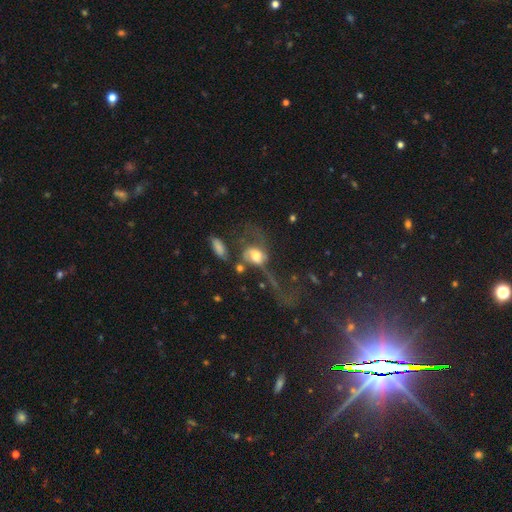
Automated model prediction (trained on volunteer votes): A featured or disk galaxy (52%).

Vote fractions:
- Smooth or featured? featured or disk: 52% / smooth: 37% / star or artifact: 10%
- Edge-on disk? no: 91% / yes: 9%
- Merging? major disturbance: 51% / merger: 21% / none: 17% / minor disturbance: 11%